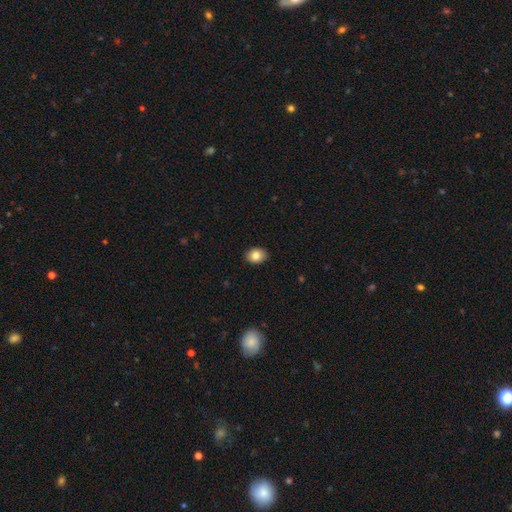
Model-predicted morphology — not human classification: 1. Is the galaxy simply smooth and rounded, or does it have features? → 84% smooth, 8% star or artifact, 7% featured or disk.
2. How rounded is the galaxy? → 63% in between, 36% round, 1% cigar-shaped.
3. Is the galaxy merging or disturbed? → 89% none, 8% minor disturbance, 2% major disturbance, 1% merger.